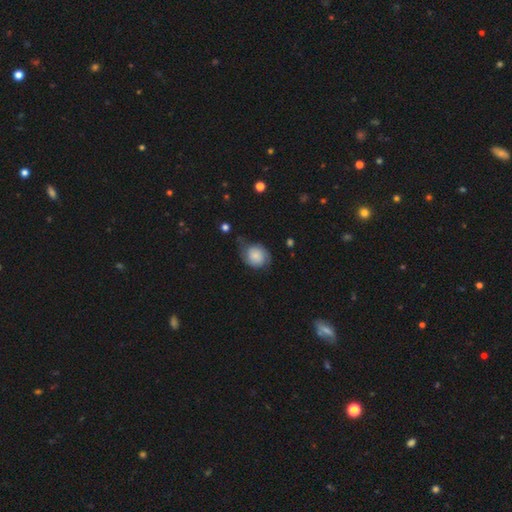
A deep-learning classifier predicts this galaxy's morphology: This is likely a smooth galaxy (64%). How rounded: likely round (69%). Merging: possibly none (50%).